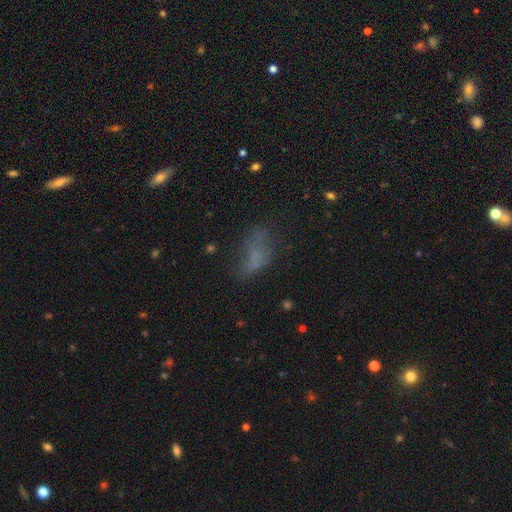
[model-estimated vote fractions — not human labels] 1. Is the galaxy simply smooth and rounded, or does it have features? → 55% smooth, 25% featured or disk, 20% star or artifact.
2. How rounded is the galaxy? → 82% in between, 11% cigar-shaped, 7% round.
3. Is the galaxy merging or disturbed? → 40% none, 30% major disturbance, 24% minor disturbance, 6% merger.